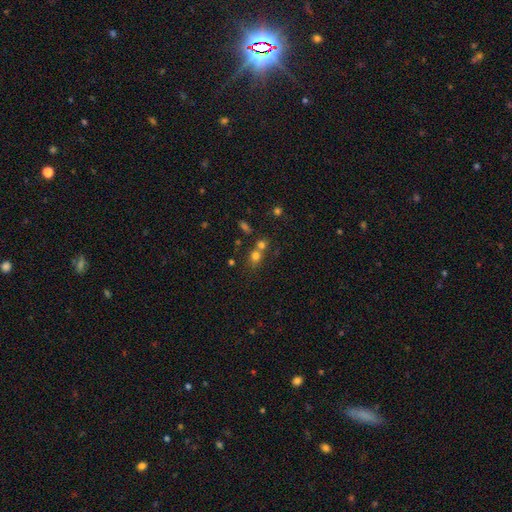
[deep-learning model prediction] Morphology: type=smooth (72%); roundness=round (71%); merging=none (45%).